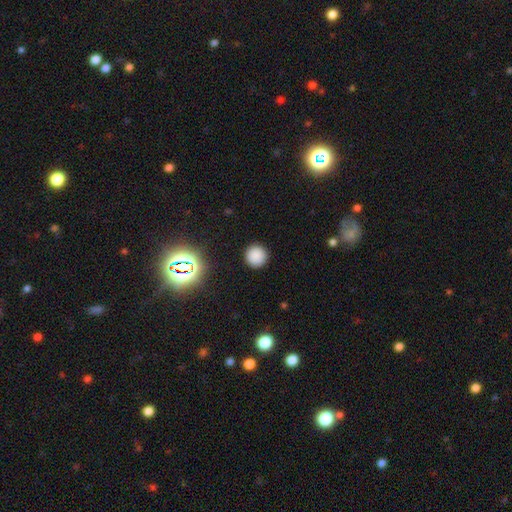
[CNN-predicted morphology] Smooth or featured? smooth (83%)
How rounded? round (95%)
Merging? none (91%)